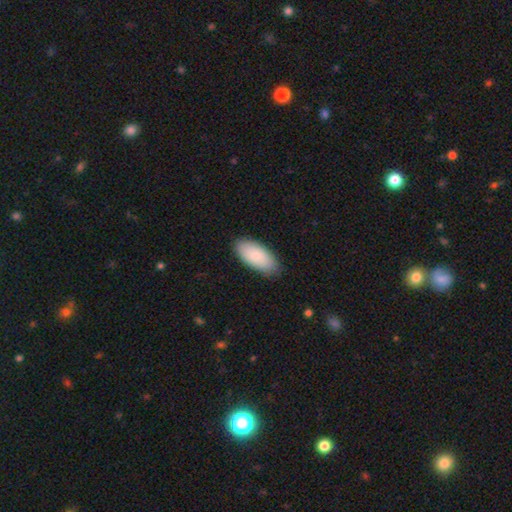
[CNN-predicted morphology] smooth-or-featured: smooth: 87% | featured or disk: 8% | star or artifact: 5%
  how-rounded: in between: 91% | cigar-shaped: 7% | round: 2%
  merging: none: 85% | minor disturbance: 12% | major disturbance: 2% | merger: 1%